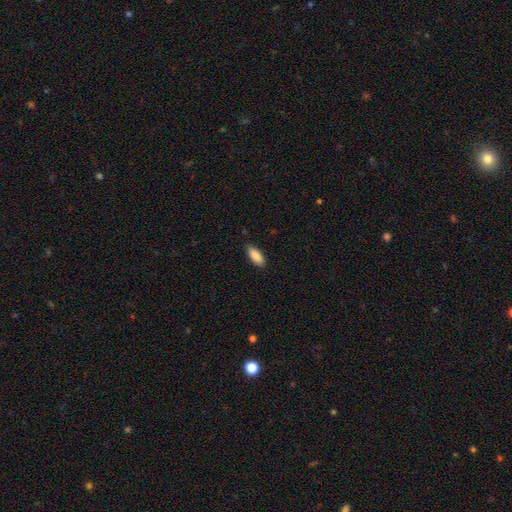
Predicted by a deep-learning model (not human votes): smooth 88%, star or artifact 6%, featured or disk 6%. Down the decision tree: how rounded — in between (82%); merging — none (85%).